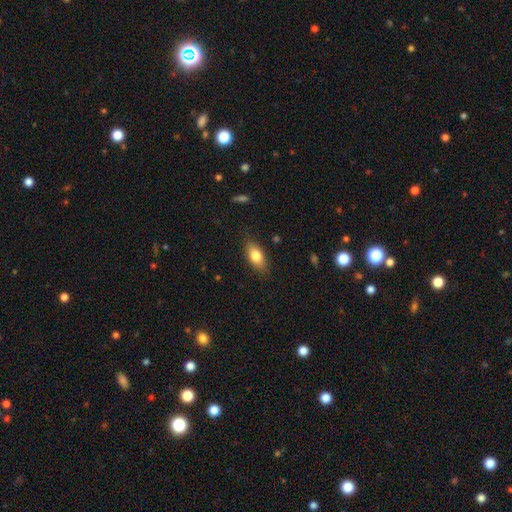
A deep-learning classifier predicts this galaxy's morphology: Smooth or featured? smooth (78%)
How rounded? in between (84%)
Merging? none (83%)